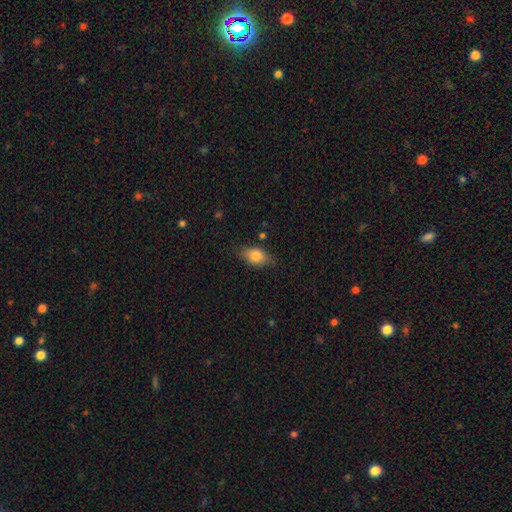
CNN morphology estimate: Smooth or featured?
  - smooth: 75% *
  - featured or disk: 17%
  - star or artifact: 8%
How rounded?
  - in between: 81% *
  - round: 14%
  - cigar-shaped: 5%
Merging?
  - none: 74% *
  - minor disturbance: 20%
  - major disturbance: 4%
  - merger: 2%